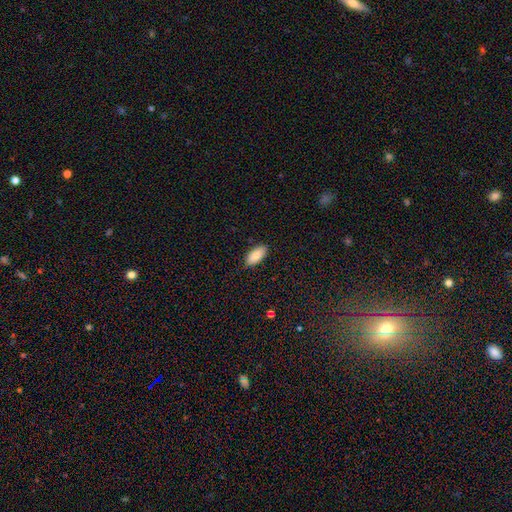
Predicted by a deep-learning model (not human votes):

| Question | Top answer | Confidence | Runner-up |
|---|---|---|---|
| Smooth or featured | smooth | 89% | star or artifact (6%) |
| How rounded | in between | 90% | cigar-shaped (8%) |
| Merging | none | 87% | minor disturbance (10%) |